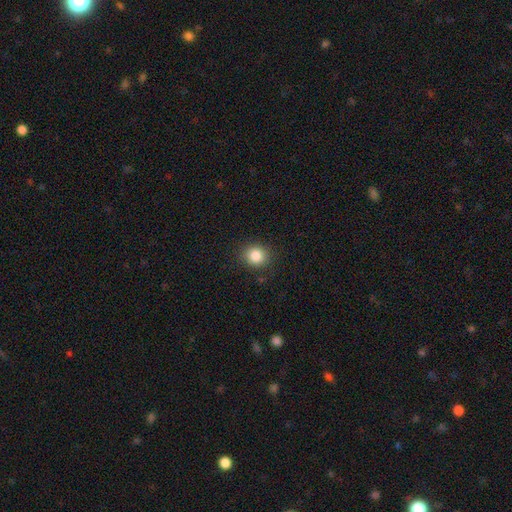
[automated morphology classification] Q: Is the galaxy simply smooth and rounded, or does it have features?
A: smooth — 85%.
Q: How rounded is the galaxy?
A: round — 84%.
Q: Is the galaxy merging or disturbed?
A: none — 88%.